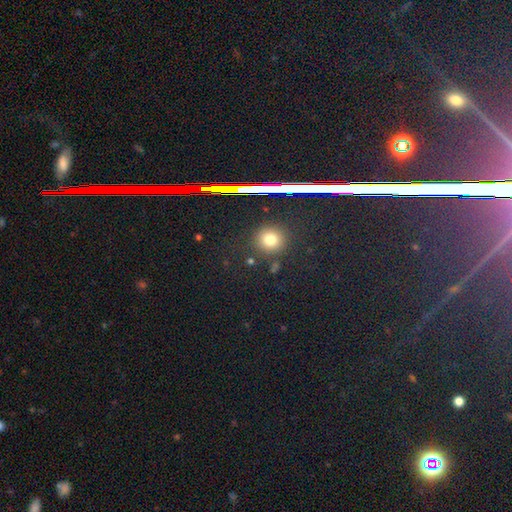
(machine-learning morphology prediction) type=star or artifact (80%).